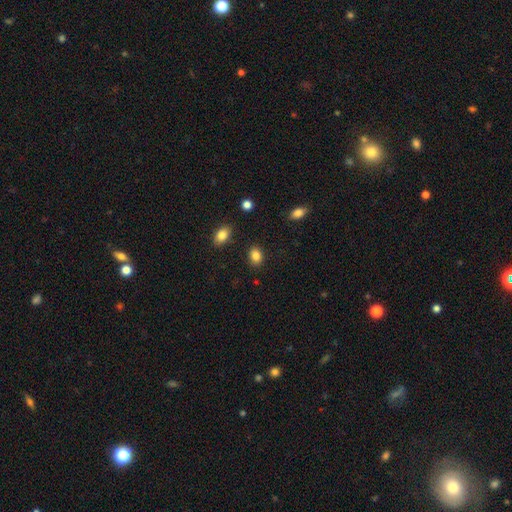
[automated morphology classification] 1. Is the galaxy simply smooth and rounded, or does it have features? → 86% smooth, 9% star or artifact, 5% featured or disk.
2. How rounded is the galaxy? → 71% in between, 28% round, 1% cigar-shaped.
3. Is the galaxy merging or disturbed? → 86% none, 9% minor disturbance, 3% major disturbance, 2% merger.